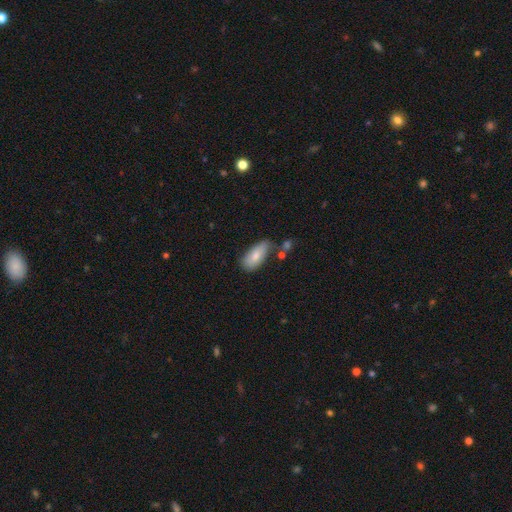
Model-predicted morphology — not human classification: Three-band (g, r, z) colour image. It shows a smooth galaxy with no disk features (78%) that is in between round and cigar-shaped (89%). Merging: none (59%).